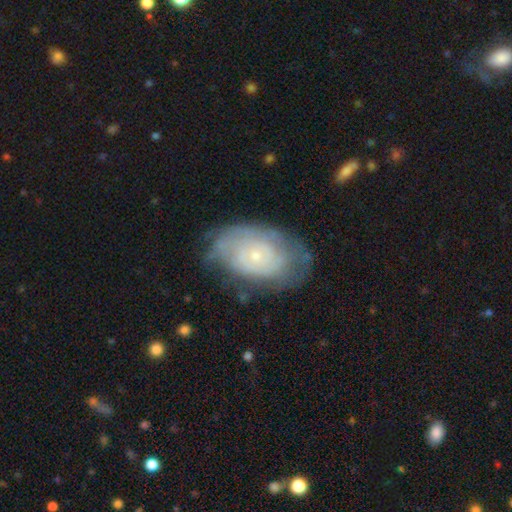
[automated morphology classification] Q: Smooth or featured?
A: featured or disk (66%); runner-up: smooth (27%)
Q: Edge-on disk?
A: no (95%); runner-up: yes (5%)
Q: Bar?
A: no (84%); runner-up: weak (13%)
Q: Spiral arms?
A: yes (74%); runner-up: no (26%)
Q: Bulge size?
A: small (78%); runner-up: moderate (17%)
Q: Merging?
A: none (62%); runner-up: minor disturbance (25%)